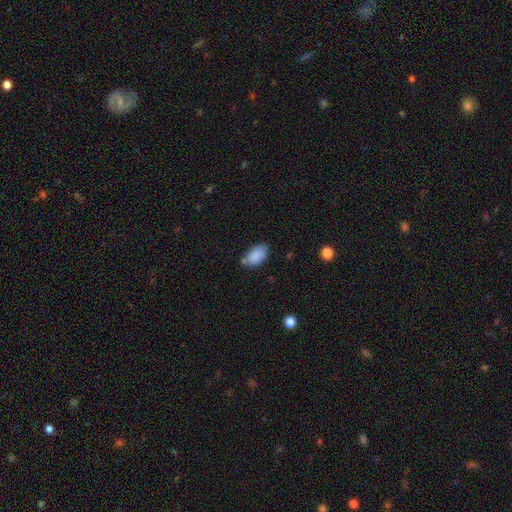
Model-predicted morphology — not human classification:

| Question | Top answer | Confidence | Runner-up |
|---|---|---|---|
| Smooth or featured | smooth | 87% | star or artifact (7%) |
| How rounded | in between | 92% | round (6%) |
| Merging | none | 64% | minor disturbance (23%) |